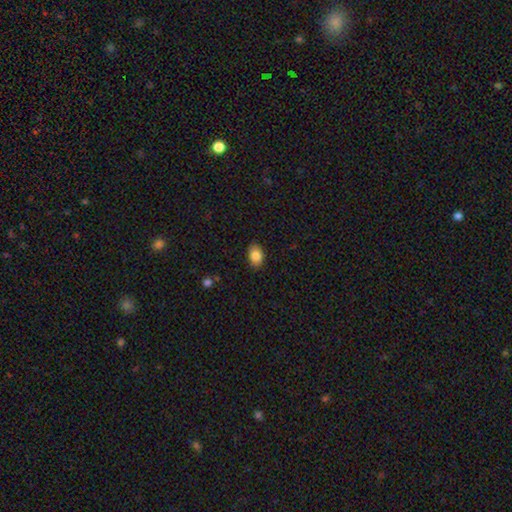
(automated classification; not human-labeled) smooth 85%, star or artifact 8%, featured or disk 7%. Down the decision tree: how rounded — in between (81%); merging — none (88%).